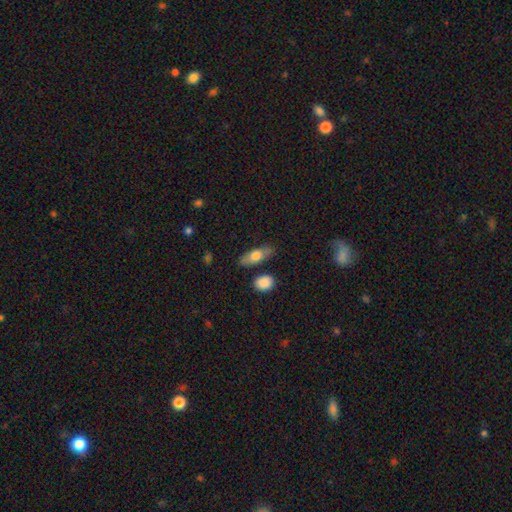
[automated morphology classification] Smooth or featured: smooth — 67% (featured or disk — 27%)
How rounded: in between — 69% (cigar-shaped — 27%)
Merging: none — 79% (minor disturbance — 14%)